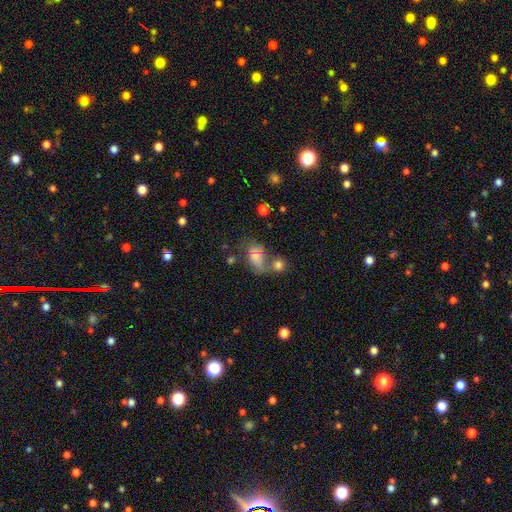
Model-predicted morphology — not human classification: smooth 65%, featured or disk 21%, star or artifact 14%. Down the decision tree: how rounded — in between (81%); merging — none (43%).